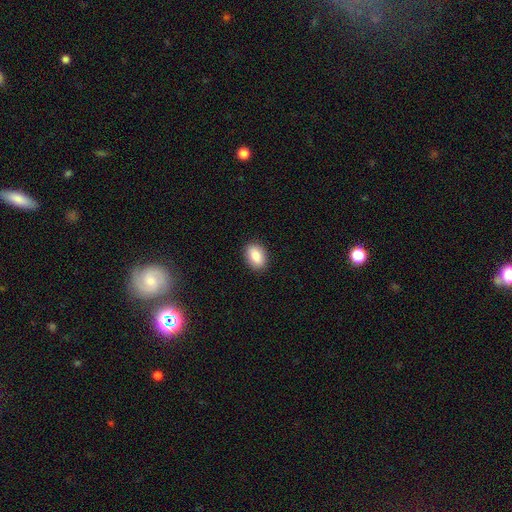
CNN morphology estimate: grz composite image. It shows a smooth galaxy with no disk features (87%) that is in between round and cigar-shaped (86%). Merging: none (89%).